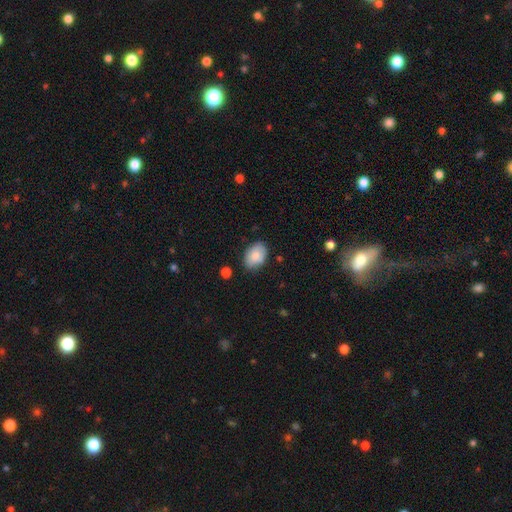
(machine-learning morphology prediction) type=smooth (82%); roundness=in between (83%); merging=none (79%).